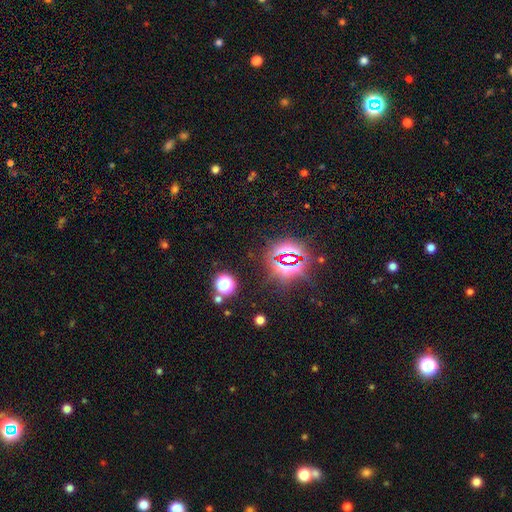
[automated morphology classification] This appears to be a star or artifact, not a galaxy (80%).